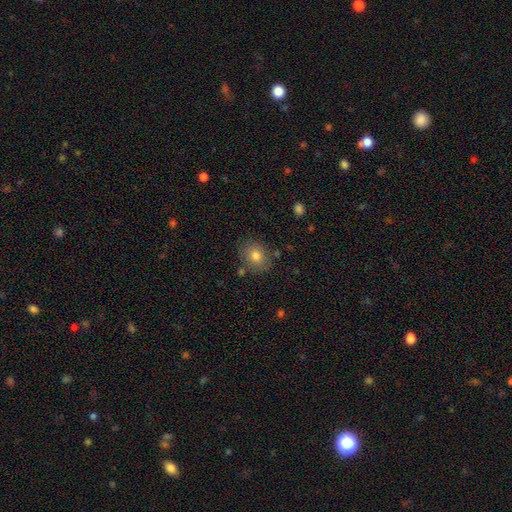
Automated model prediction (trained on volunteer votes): A smooth galaxy with no disk features (78%) that is round (66%). Merging: none (81%).